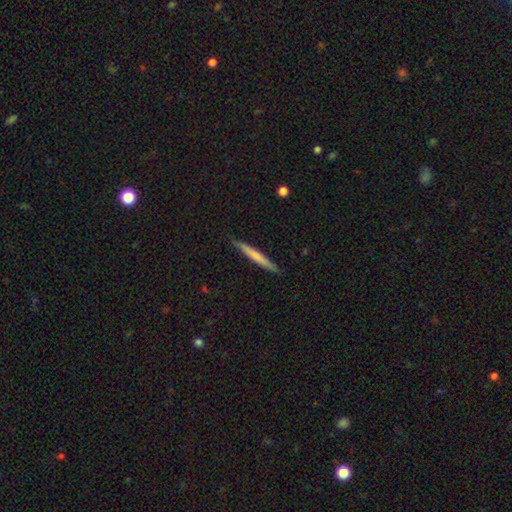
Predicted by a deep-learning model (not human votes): smooth_or_featured: smooth (p=0.61) [alt: featured or disk p=0.34]
how_rounded: cigar-shaped (p=0.96) [alt: in between p=0.02]
merging: none (p=0.89) [alt: minor disturbance p=0.08]